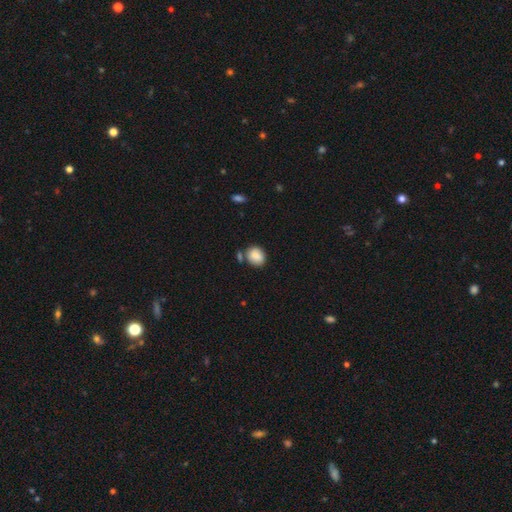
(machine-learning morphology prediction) A smooth galaxy with no disk features (86%) that is round (53%). Merging: none (65%).